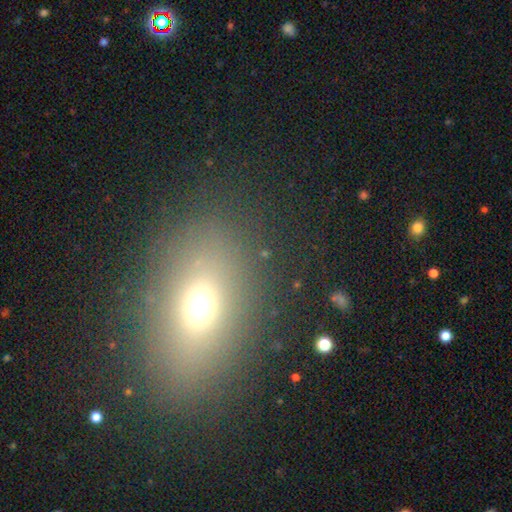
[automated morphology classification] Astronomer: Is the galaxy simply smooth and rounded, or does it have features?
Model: smooth — 63%.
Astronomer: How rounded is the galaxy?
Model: in between — 70%.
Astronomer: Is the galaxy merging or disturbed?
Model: none — 82%.